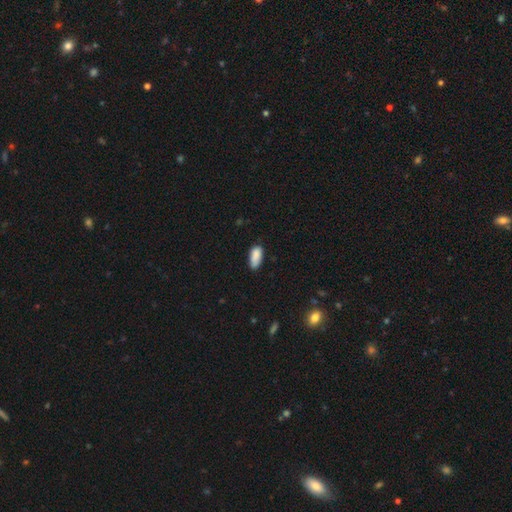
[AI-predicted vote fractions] Smooth or featured: smooth — 86% (star or artifact — 8%)
How rounded: in between — 88% (cigar-shaped — 9%)
Merging: none — 64% (minor disturbance — 29%)